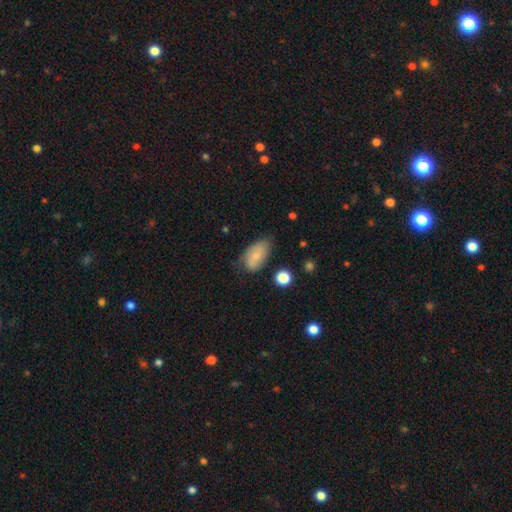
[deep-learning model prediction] A smooth galaxy with no disk features (66%) that is in between round and cigar-shaped (92%). Merging: none (62%).